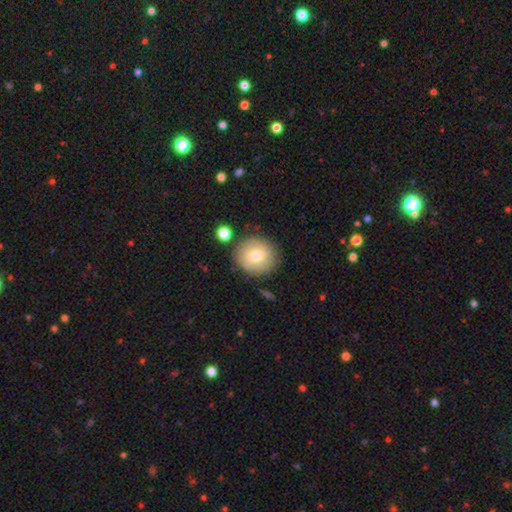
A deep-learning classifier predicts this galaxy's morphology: smooth 74%, featured or disk 17%, star or artifact 8%. Down the decision tree: how rounded — round (89%); merging — none (83%).